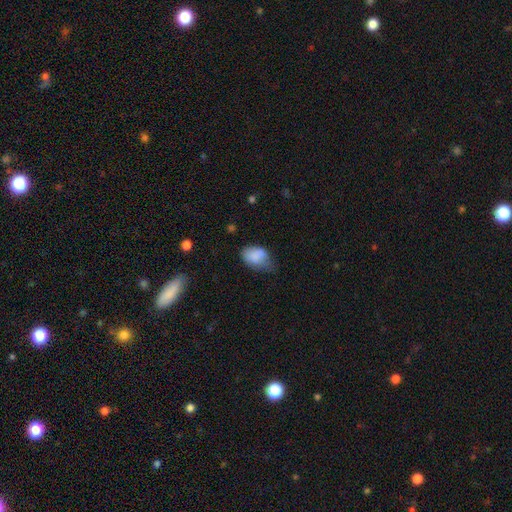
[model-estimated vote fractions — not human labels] Smooth or featured: smooth — 81% (featured or disk — 10%)
How rounded: in between — 82% (round — 16%)
Merging: minor disturbance — 44% (none — 34%)